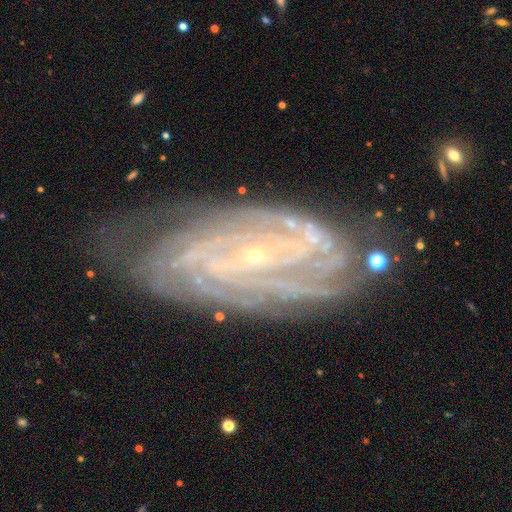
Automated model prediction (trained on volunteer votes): Smooth or featured: featured or disk — 88% (star or artifact — 6%)
Edge-on disk: no — 94% (yes — 6%)
Bar: no — 49% (weak — 32%)
Spiral arms: yes — 97% (no — 3%)
Spiral winding: tight — 75% (medium — 21%)
Spiral arm count: can't tell — 25% (4 — 21%)
Bulge size: small — 87% (moderate — 9%)
Merging: none — 74% (minor disturbance — 18%)